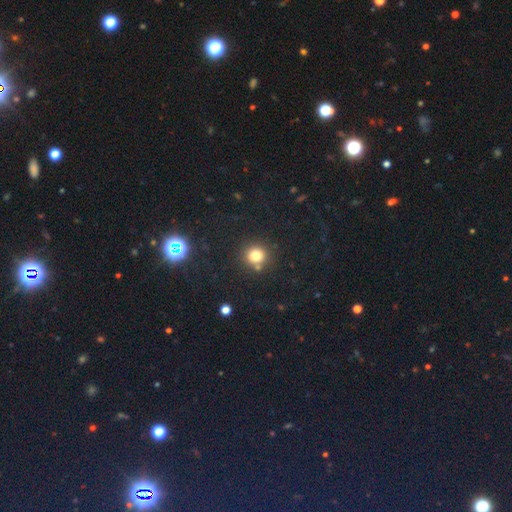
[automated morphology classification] Smooth or featured: smooth — 76% (star or artifact — 18%)
How rounded: round — 89% (in between — 10%)
Merging: none — 77% (merger — 10%)